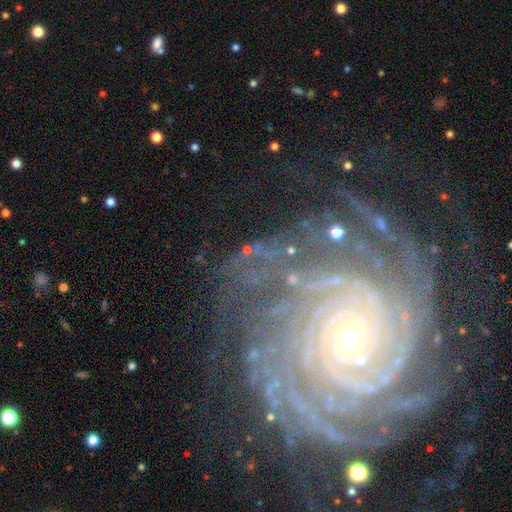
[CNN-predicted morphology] Smooth or featured? featured or disk (90%)
Edge-on disk? no (98%)
Bar? no (66%)
Spiral arms? yes (99%)
Spiral winding? tight (85%)
Spiral arm count? more than 4 (33%)
Bulge size? small (76%)
Merging? none (73%)